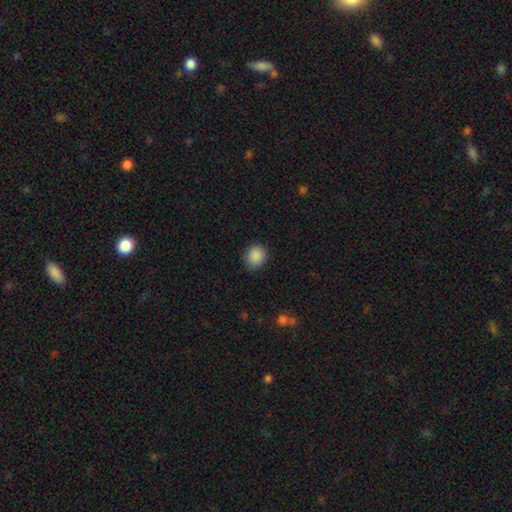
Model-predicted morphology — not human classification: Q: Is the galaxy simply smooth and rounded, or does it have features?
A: smooth — 89%.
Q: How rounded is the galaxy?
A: round — 75%.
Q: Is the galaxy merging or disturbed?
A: none — 87%.